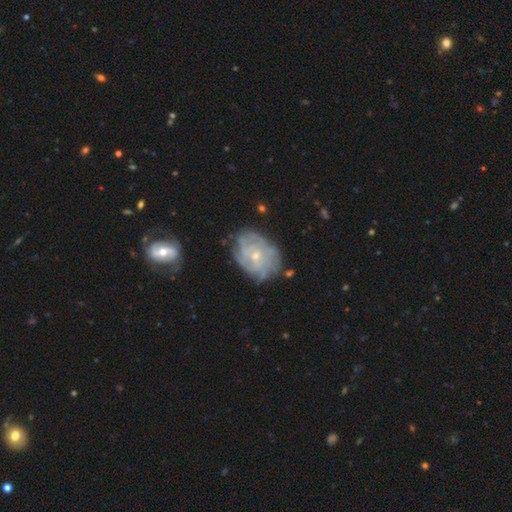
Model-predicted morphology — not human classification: The model was most divided on "spiral winding": tight: 67%, medium: 24%, loose: 9%. More confident: edge-on disk — no (97%); spiral arms — yes (81%); smooth or featured — featured or disk (76%); bar — no (72%); bulge size — small (69%); merging — none (67%); spiral arm count — can't tell (56%).